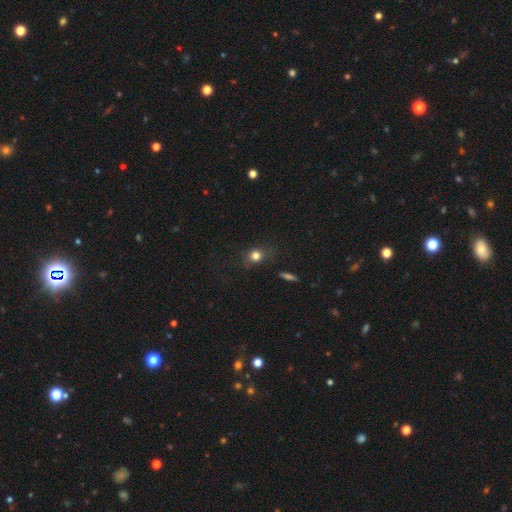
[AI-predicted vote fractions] Smooth or featured: smooth — 79% (star or artifact — 13%)
How rounded: round — 72% (in between — 26%)
Merging: none — 75% (minor disturbance — 17%)